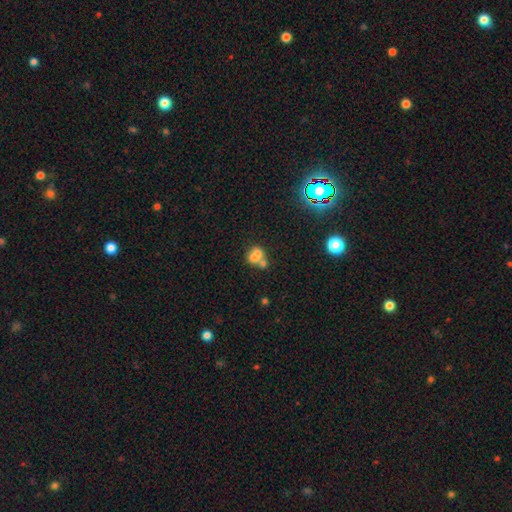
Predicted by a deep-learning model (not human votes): smooth 66%, featured or disk 20%, star or artifact 14%. Down the decision tree: how rounded — round (57%); merging — merger (58%).